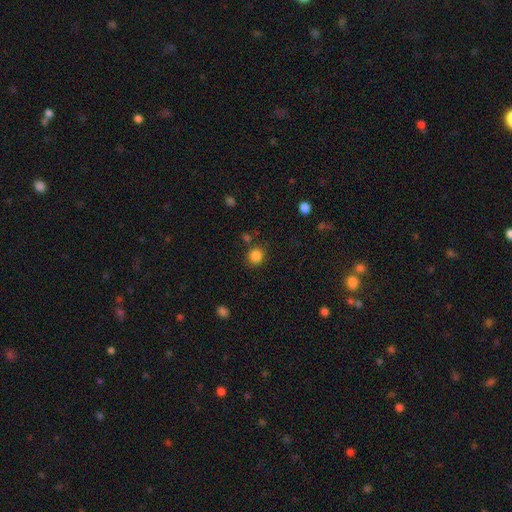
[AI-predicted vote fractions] A smooth galaxy with no disk features (85%) that is round (87%). Merging: none (82%).